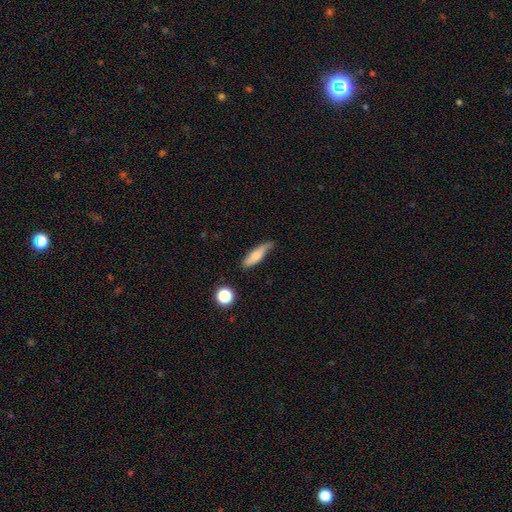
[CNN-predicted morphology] Smooth or featured? smooth (71%)
How rounded? cigar-shaped (66%)
Merging? none (66%)